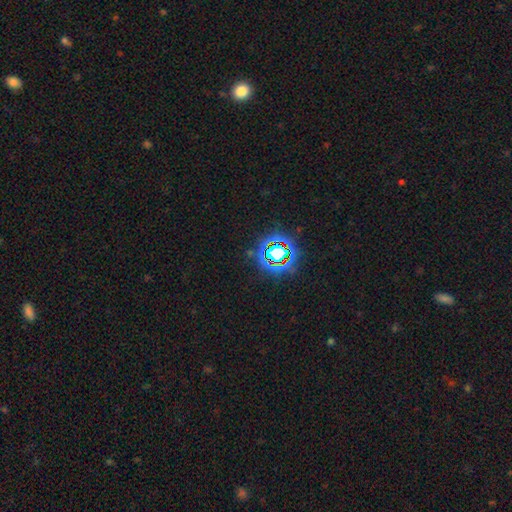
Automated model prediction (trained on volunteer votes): A star or artifact, not a galaxy (74%).

Vote fractions:
- Smooth or featured? star or artifact: 74% / smooth: 16% / featured or disk: 10%